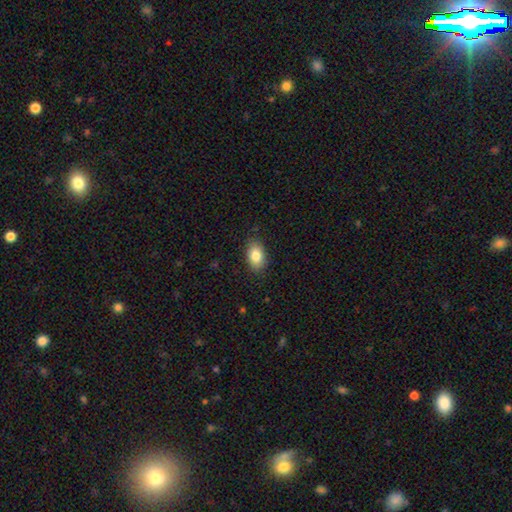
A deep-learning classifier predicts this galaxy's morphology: This is clearly a smooth galaxy (83%). How rounded: clearly in between (89%). Merging: clearly none (86%).